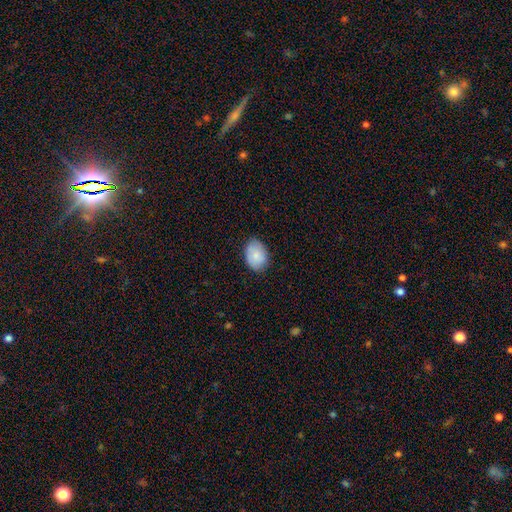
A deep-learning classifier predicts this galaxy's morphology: smooth 84%, featured or disk 9%, star or artifact 7%. Down the decision tree: how rounded — in between (79%); merging — none (79%).